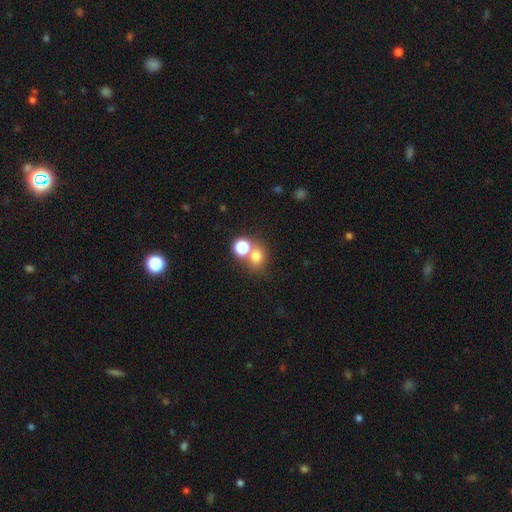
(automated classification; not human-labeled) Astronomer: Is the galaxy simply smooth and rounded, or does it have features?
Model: smooth — 74%.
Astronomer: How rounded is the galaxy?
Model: round — 72%.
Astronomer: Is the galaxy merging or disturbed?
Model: none — 49% (runner-up: merger, 39%).